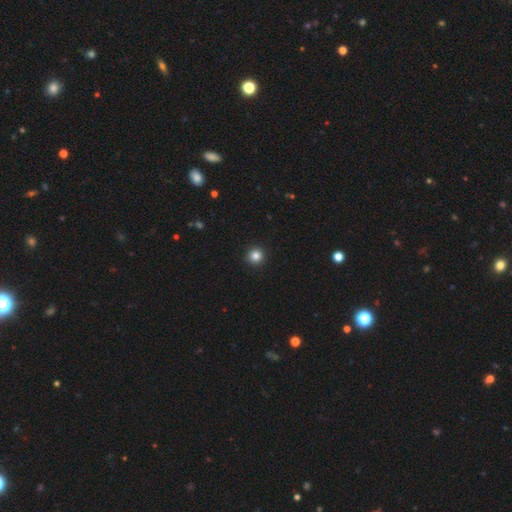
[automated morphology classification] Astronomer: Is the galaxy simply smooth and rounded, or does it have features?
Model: smooth — 84%.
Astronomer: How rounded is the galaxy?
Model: round — 96%.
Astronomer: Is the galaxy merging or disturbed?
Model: none — 94%.